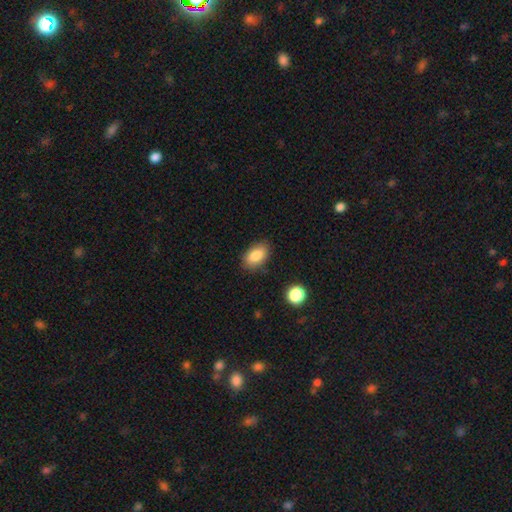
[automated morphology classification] smooth-or-featured: smooth: 86% | star or artifact: 8% | featured or disk: 6%
  how-rounded: in between: 91% | round: 7% | cigar-shaped: 2%
  merging: none: 82% | minor disturbance: 13% | major disturbance: 3% | merger: 2%